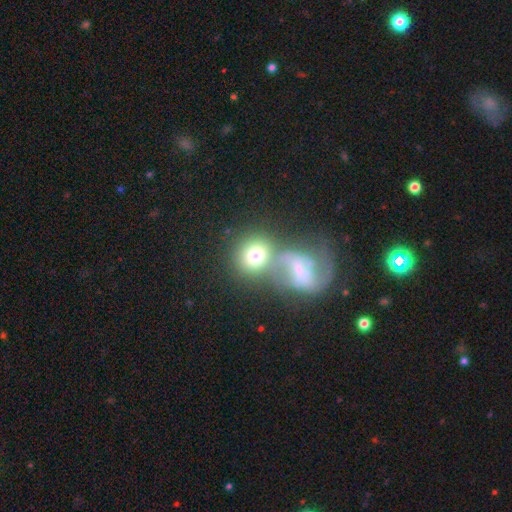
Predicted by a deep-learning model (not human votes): Smooth or featured?
  - smooth: 67% *
  - featured or disk: 22%
  - star or artifact: 11%
How rounded?
  - round: 75% *
  - in between: 24%
  - cigar-shaped: 2%
Merging?
  - merger: 48% *
  - none: 35%
  - minor disturbance: 10%
  - major disturbance: 8%